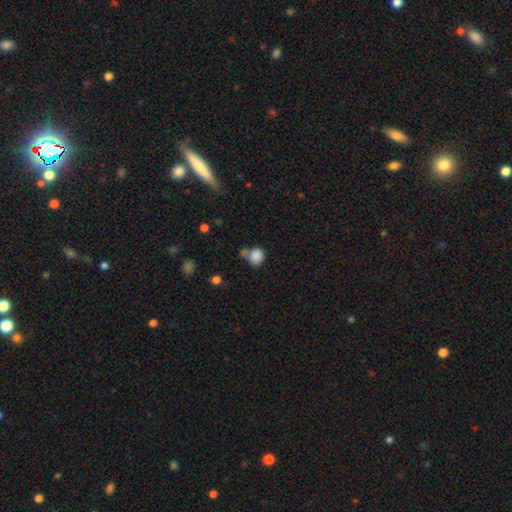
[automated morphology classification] Q: Smooth or featured?
A: smooth (86%); runner-up: star or artifact (9%)
Q: How rounded?
A: round (77%); runner-up: in between (22%)
Q: Merging?
A: none (52%); runner-up: merger (25%)